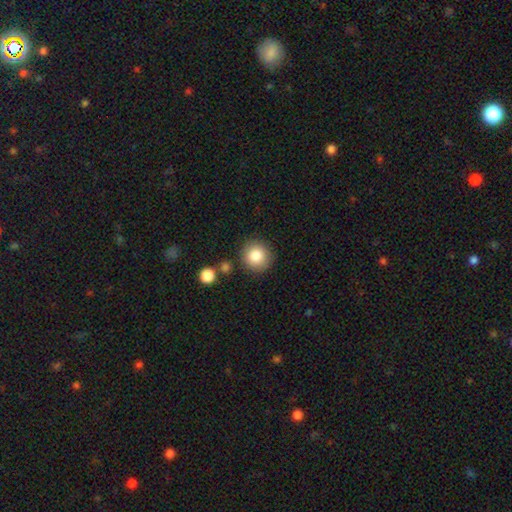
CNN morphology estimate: smooth_or_featured: smooth (p=0.85) [alt: star or artifact p=0.09]
how_rounded: round (p=0.92) [alt: in between p=0.07]
merging: none (p=0.84) [alt: minor disturbance p=0.08]